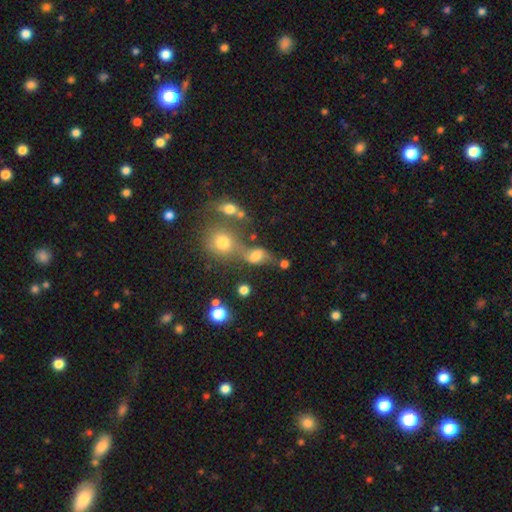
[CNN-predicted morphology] Smooth or featured? smooth (61%)
How rounded? in between (62%)
Merging? none (40%)